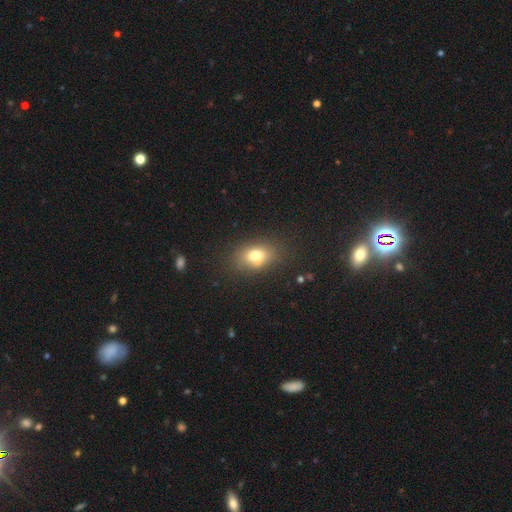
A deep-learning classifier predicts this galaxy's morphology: type=smooth (76%); roundness=in between (72%); merging=none (74%).